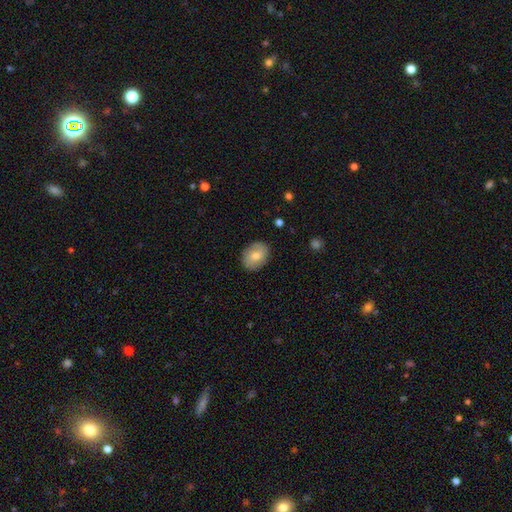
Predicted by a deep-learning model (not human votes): A smooth galaxy with no disk features (72%) that is in between round and cigar-shaped (59%).

Vote fractions:
- Smooth or featured? smooth: 72% / featured or disk: 21% / star or artifact: 7%
- How rounded? in between: 59% / round: 40% / cigar-shaped: 1%
- Merging? none: 86% / minor disturbance: 10% / major disturbance: 2% / merger: 1%